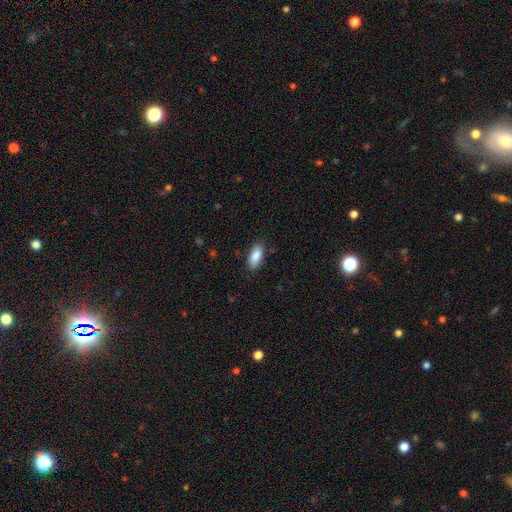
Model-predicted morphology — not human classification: Smooth or featured: smooth — 86% (featured or disk — 8%)
How rounded: in between — 86% (cigar-shaped — 12%)
Merging: none — 85% (minor disturbance — 11%)